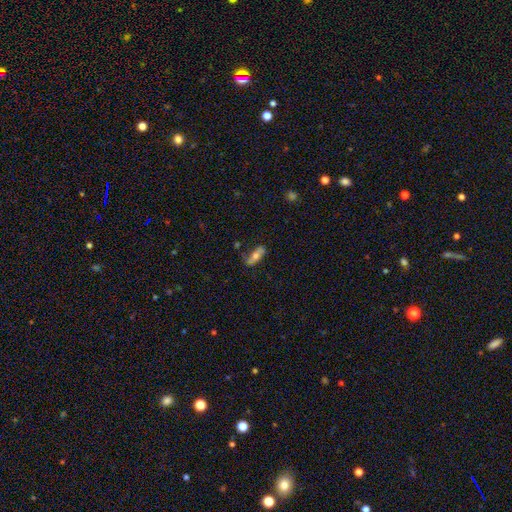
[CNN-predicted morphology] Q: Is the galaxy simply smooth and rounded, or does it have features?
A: smooth — 58%.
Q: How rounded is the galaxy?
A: in between — 63%.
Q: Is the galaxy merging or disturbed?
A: none — 69%.